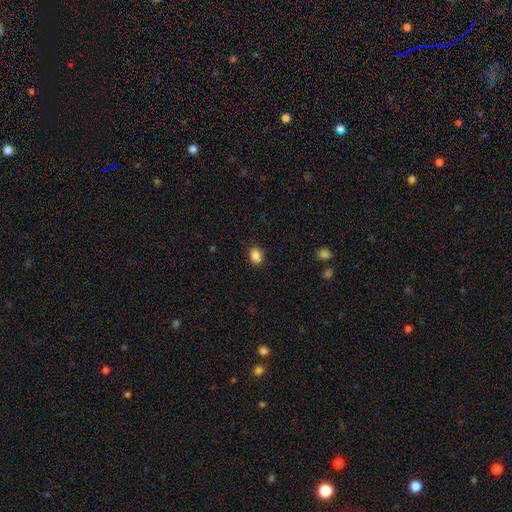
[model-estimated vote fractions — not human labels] A smooth galaxy with no disk features (87%) that is round (53%). Merging: none (89%).